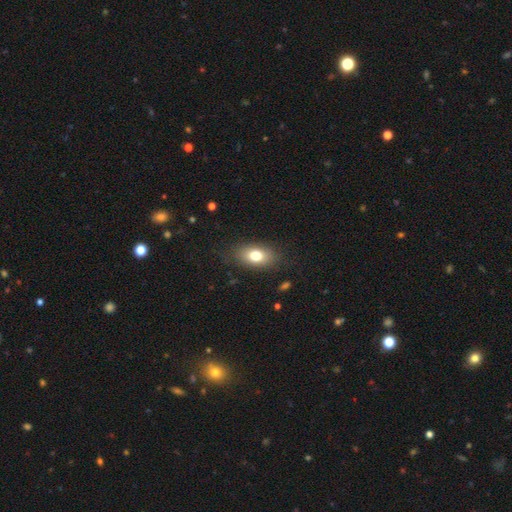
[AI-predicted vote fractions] Smooth or featured: smooth — 76% (featured or disk — 16%)
How rounded: in between — 85% (round — 12%)
Merging: none — 82% (minor disturbance — 13%)